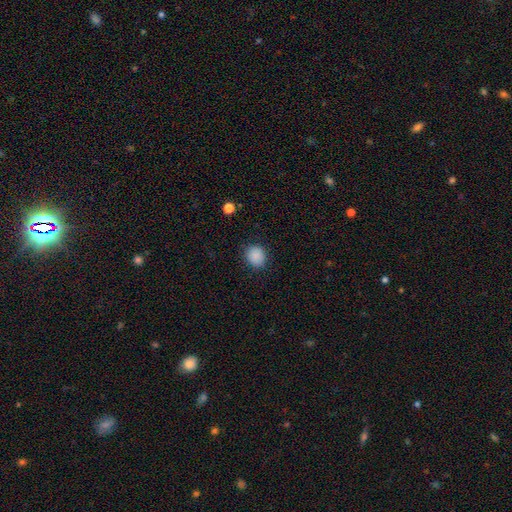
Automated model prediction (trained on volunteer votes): Morphology: type=smooth (88%); roundness=round (76%); merging=none (86%).